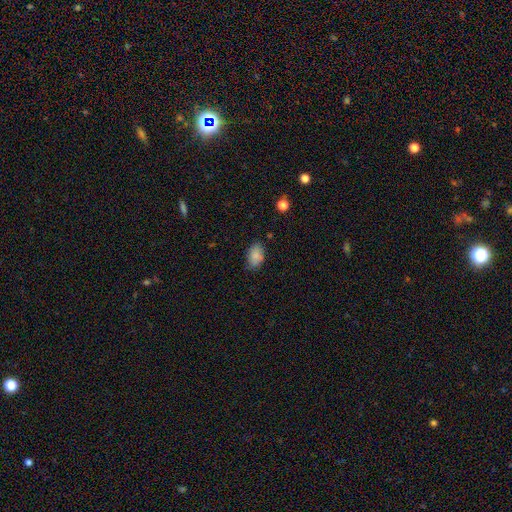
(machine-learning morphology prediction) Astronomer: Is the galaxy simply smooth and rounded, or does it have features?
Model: smooth — 84%.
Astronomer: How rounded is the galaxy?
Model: in between — 89%.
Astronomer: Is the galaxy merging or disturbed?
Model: none — 74%.